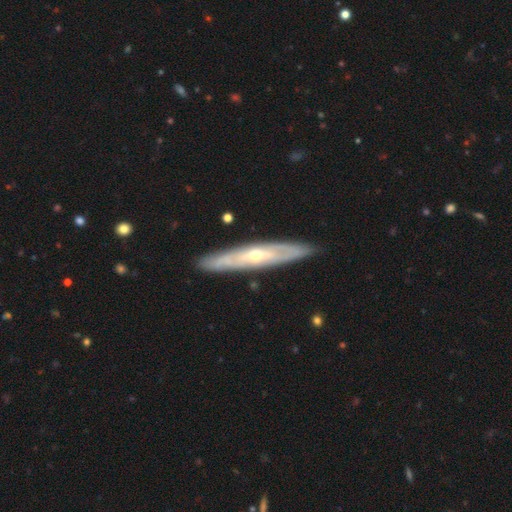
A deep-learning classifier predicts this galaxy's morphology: Q: Smooth or featured?
A: featured or disk (74%); runner-up: smooth (21%)
Q: Edge-on disk?
A: yes (67%); runner-up: no (33%)
Q: Merging?
A: none (88%); runner-up: minor disturbance (9%)